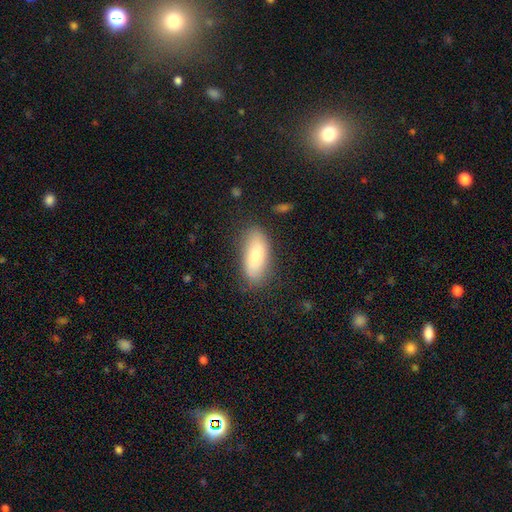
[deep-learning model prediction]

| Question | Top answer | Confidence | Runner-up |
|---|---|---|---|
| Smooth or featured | smooth | 72% | featured or disk (22%) |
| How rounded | in between | 84% | cigar-shaped (12%) |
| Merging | none | 79% | minor disturbance (15%) |